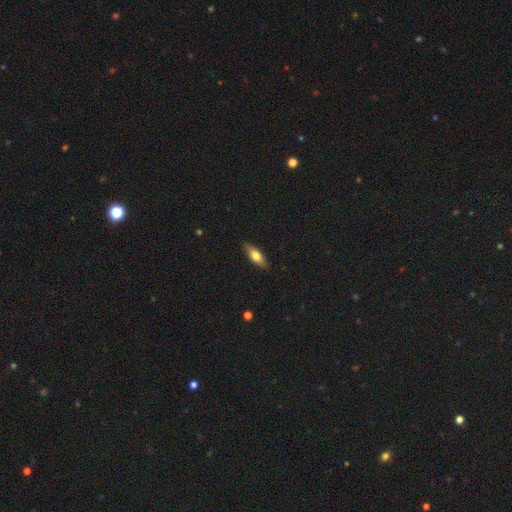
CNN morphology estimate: Q: Smooth or featured?
A: smooth (72%); runner-up: featured or disk (22%)
Q: How rounded?
A: in between (68%); runner-up: cigar-shaped (30%)
Q: Merging?
A: none (88%); runner-up: minor disturbance (9%)